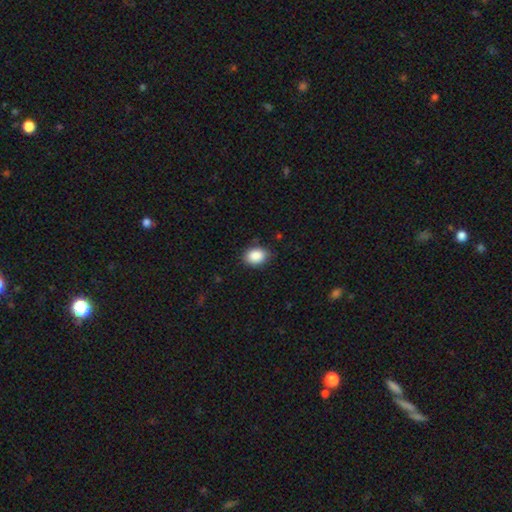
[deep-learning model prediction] Morphology: type=smooth (89%); roundness=in between (71%); merging=none (82%).